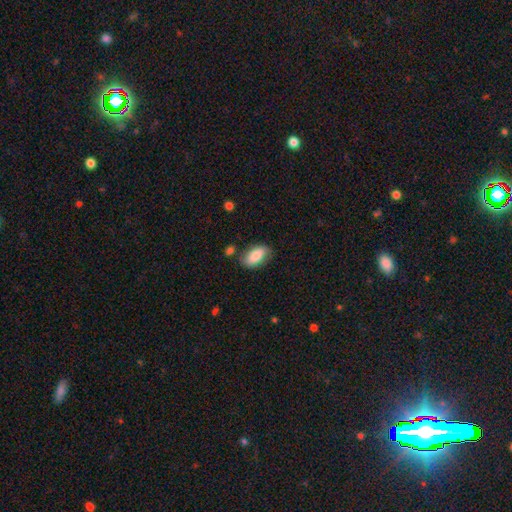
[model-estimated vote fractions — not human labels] A smooth galaxy with no disk features (81%) that is in between round and cigar-shaped (91%).

Vote fractions:
- Smooth or featured? smooth: 81% / featured or disk: 13% / star or artifact: 6%
- How rounded? in between: 91% / cigar-shaped: 5% / round: 4%
- Merging? none: 72% / minor disturbance: 19% / major disturbance: 5% / merger: 5%